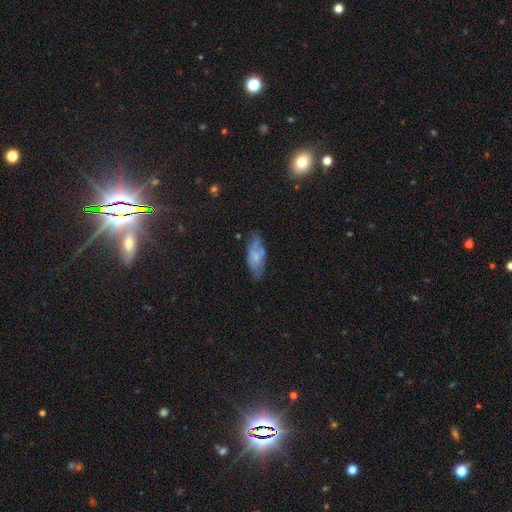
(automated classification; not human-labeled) Overall: smooth (55%; featured or disk 37%). How rounded: in between (83%). Merging: none (60%; minor disturbance 27%).